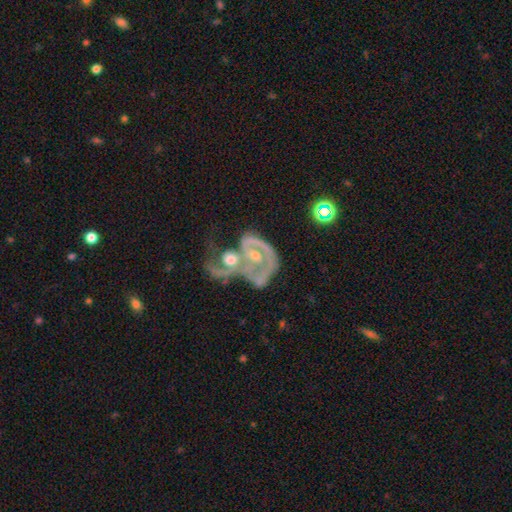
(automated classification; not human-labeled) Smooth or featured? Predicted: featured or disk (p=0.80). Edge-on disk? Predicted: no (p=0.97). Bar? Predicted: no (p=0.68). Spiral arms? Predicted: yes (p=0.70). Spiral winding? Predicted: medium (p=0.38). Spiral arm count? Predicted: 2 (p=0.37). Bulge size? Predicted: moderate (p=0.51). Merging? Predicted: merger (p=0.66).